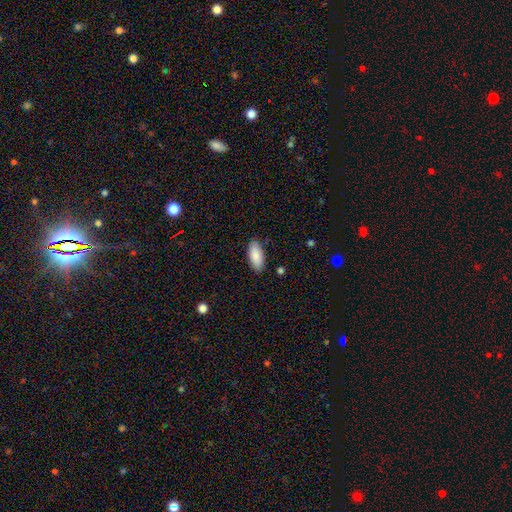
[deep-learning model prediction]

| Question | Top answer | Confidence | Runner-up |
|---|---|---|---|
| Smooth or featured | smooth | 89% | star or artifact (6%) |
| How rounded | in between | 86% | cigar-shaped (12%) |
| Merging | none | 86% | minor disturbance (11%) |